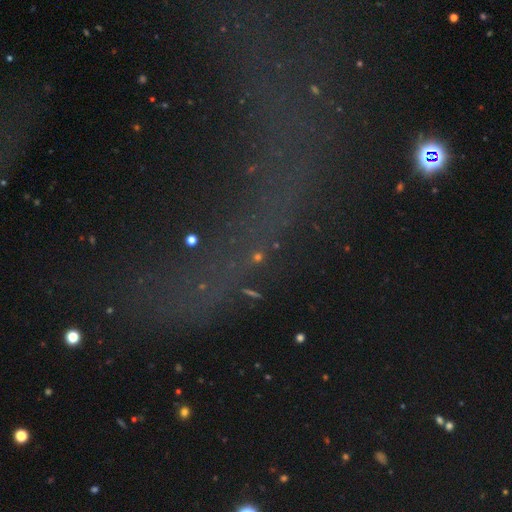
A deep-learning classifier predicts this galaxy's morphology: A star or artifact, not a galaxy (54%).